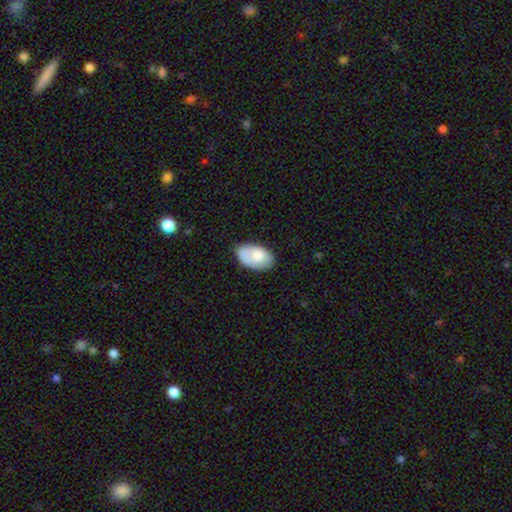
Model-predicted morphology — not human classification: The model was most divided on "merging": none: 63%, minor disturbance: 28%, major disturbance: 7%, merger: 3%. More confident: how rounded — in between (94%); smooth or featured — smooth (74%).